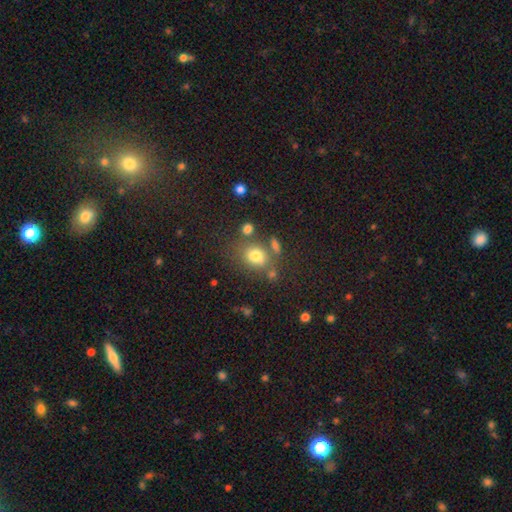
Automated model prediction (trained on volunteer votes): smooth 74%, star or artifact 15%, featured or disk 11%. Down the decision tree: how rounded — round (56%); merging — none (62%).